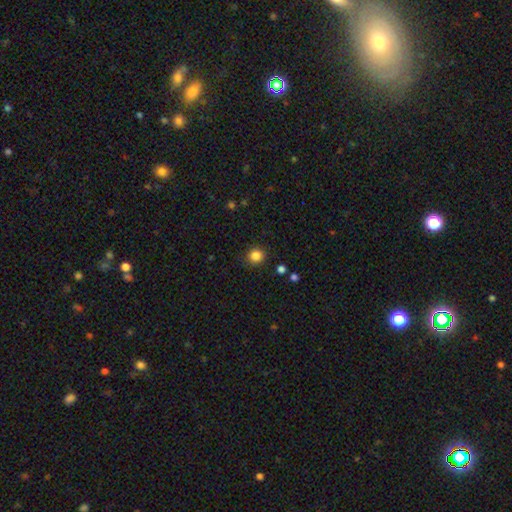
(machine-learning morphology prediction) Smooth or featured? Predicted: smooth (p=0.85). How rounded? Predicted: round (p=0.89). Merging? Predicted: none (p=0.89).